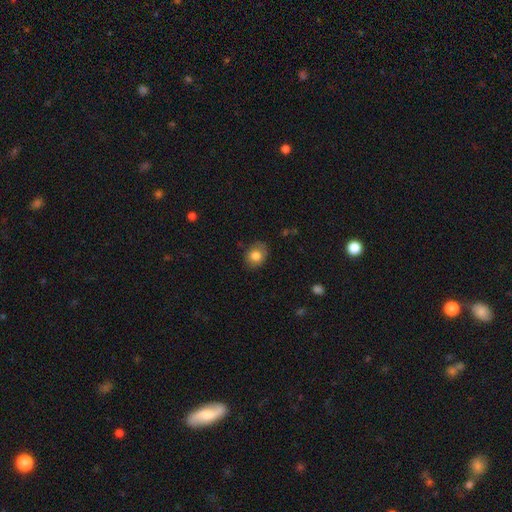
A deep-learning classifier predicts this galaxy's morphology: Smooth or featured? Predicted: smooth (p=0.80). How rounded? Predicted: round (p=0.54). Merging? Predicted: none (p=0.80).